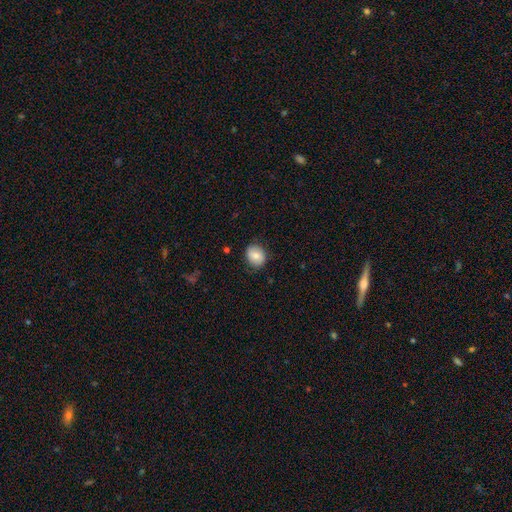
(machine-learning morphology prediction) Overall: smooth (76%). How rounded: round (62%; in between 38%). Merging: none (80%).